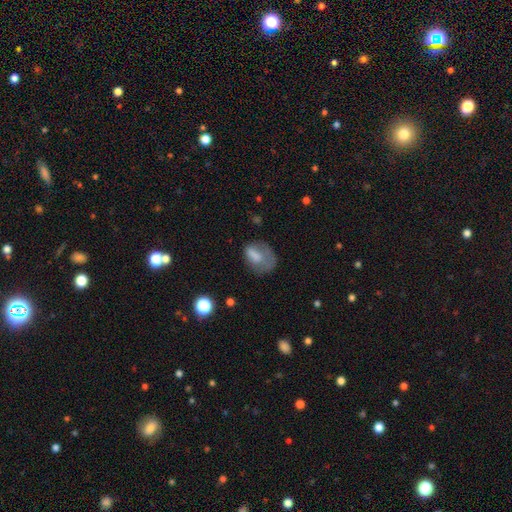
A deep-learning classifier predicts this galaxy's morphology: Q: Smooth or featured?
A: smooth (67%); runner-up: featured or disk (23%)
Q: How rounded?
A: in between (72%); runner-up: round (26%)
Q: Merging?
A: major disturbance (36%); runner-up: none (34%)